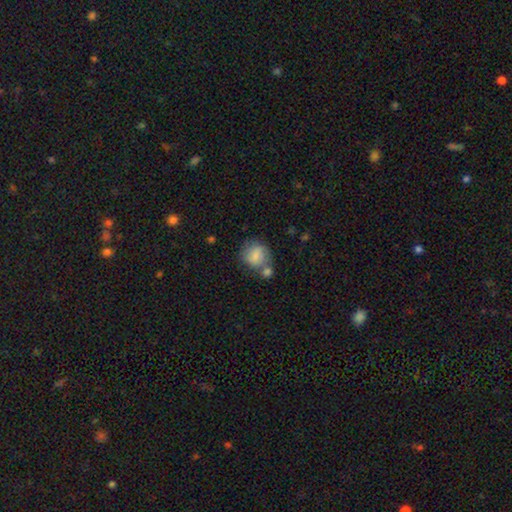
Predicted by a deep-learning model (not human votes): Smooth or featured? smooth (76%)
How rounded? round (76%)
Merging? none (47%)